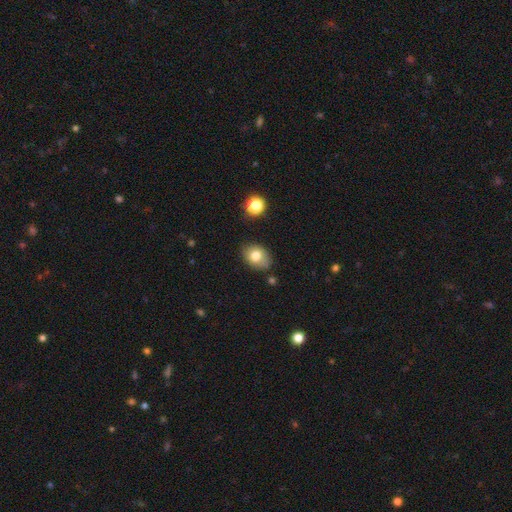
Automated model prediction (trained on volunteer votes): Smooth or featured? smooth (78%)
How rounded? in between (68%)
Merging? none (74%)